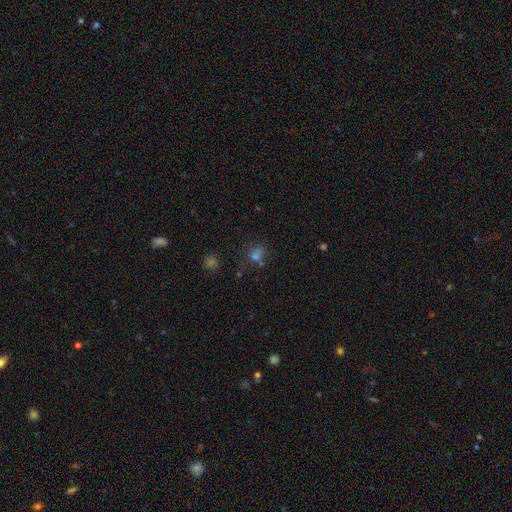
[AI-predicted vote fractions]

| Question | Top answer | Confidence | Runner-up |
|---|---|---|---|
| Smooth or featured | smooth | 60% | star or artifact (29%) |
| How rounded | round | 68% | in between (31%) |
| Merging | none | 57% | minor disturbance (19%) |